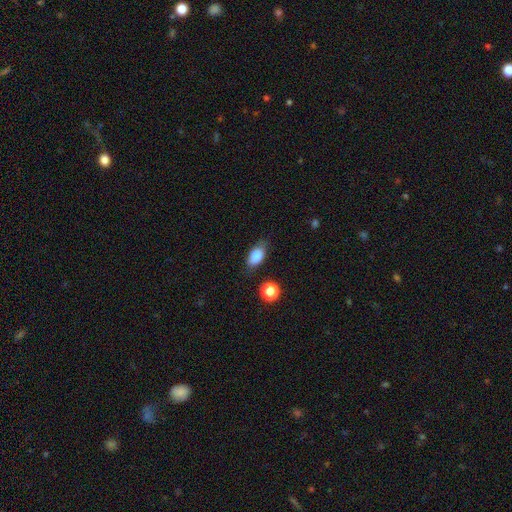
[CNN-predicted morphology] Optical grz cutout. It shows a smooth galaxy with no disk features (81%) that is in between round and cigar-shaped (86%). Merging: none (80%).